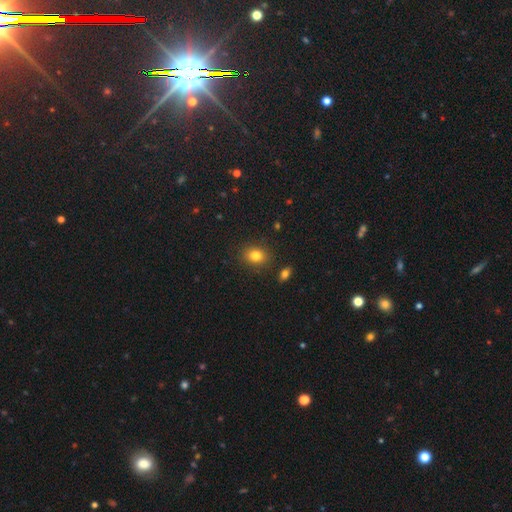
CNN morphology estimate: A smooth galaxy with no disk features (81%) that is round (54%). Merging: none (87%).